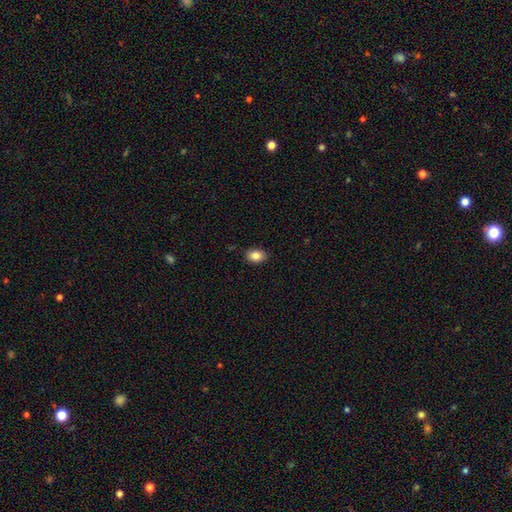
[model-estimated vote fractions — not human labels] The model was most divided on "how rounded": in between: 77%, round: 22%, cigar-shaped: 1%. More confident: merging — none (88%); smooth or featured — smooth (85%).